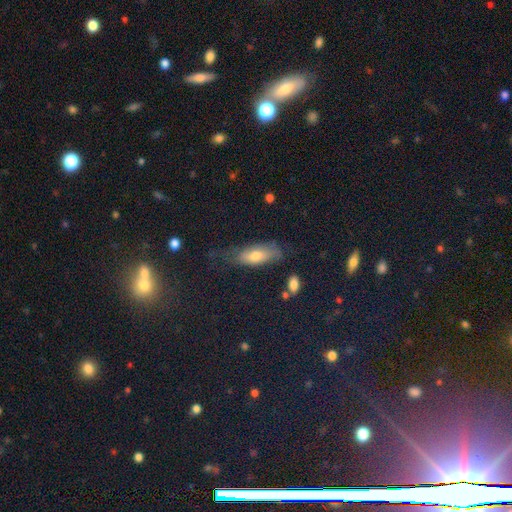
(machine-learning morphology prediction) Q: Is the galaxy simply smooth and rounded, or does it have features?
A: smooth — 55%.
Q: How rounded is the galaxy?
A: in between — 66%.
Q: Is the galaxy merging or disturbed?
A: none — 60%.